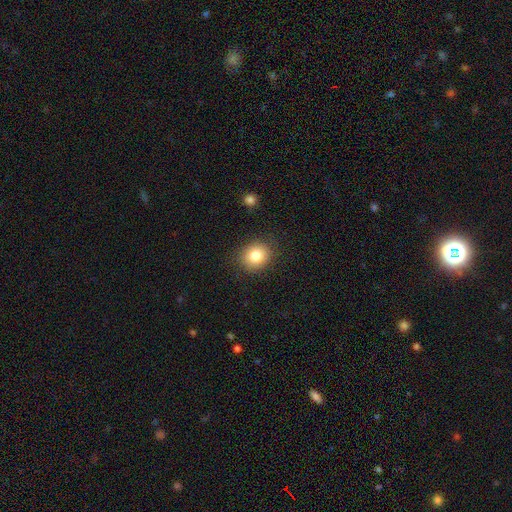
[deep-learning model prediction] Smooth or featured? smooth (82%)
How rounded? round (68%)
Merging? none (86%)